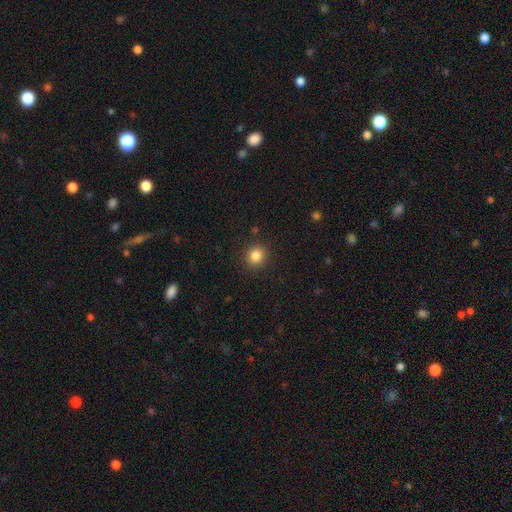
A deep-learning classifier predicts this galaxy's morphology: This is clearly a smooth galaxy (85%). How rounded: clearly round (86%). Merging: clearly none (90%).